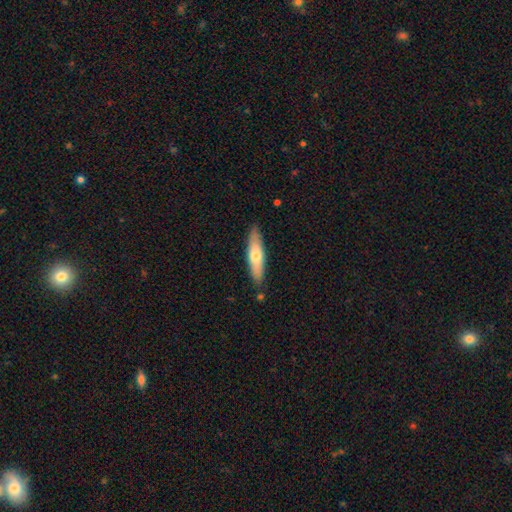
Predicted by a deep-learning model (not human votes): Smooth or featured? smooth (60%)
How rounded? cigar-shaped (70%)
Merging? none (85%)